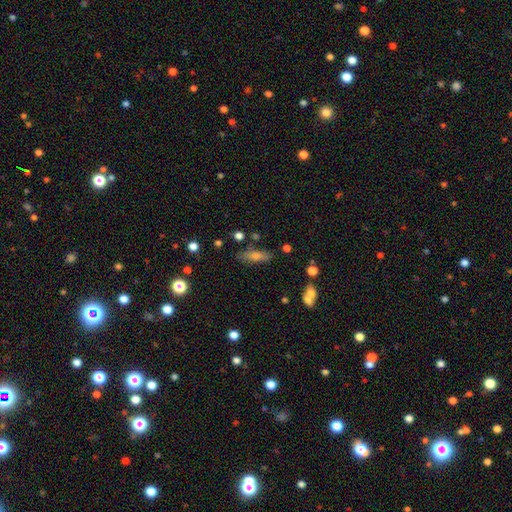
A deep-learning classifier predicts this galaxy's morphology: Smooth or featured? smooth (60%)
How rounded? cigar-shaped (54%)
Merging? none (80%)